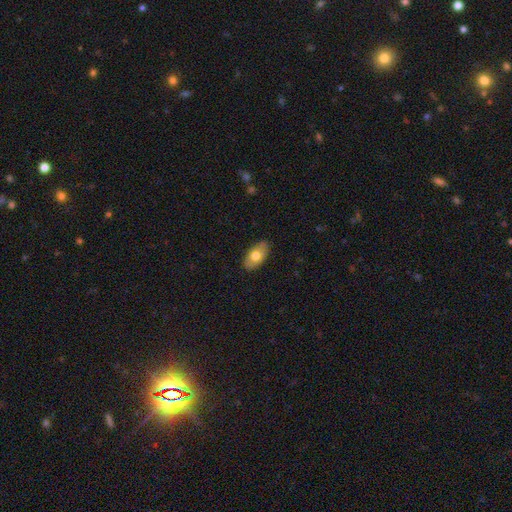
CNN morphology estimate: type=smooth (71%); roundness=in between (93%); merging=none (86%).